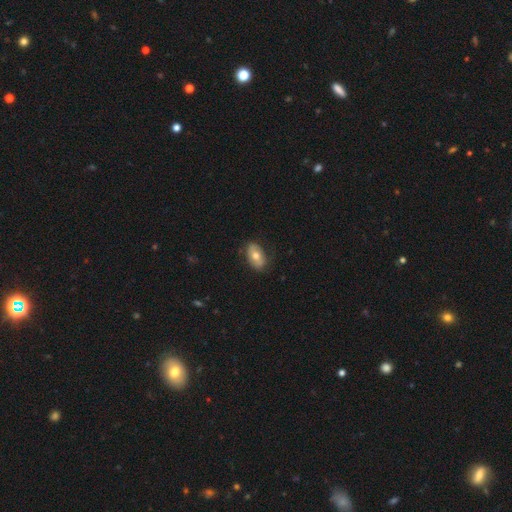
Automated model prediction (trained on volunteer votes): This appears to be a smooth galaxy with no disk features (62%) that is in between round and cigar-shaped (89%). Merging: none (79%).